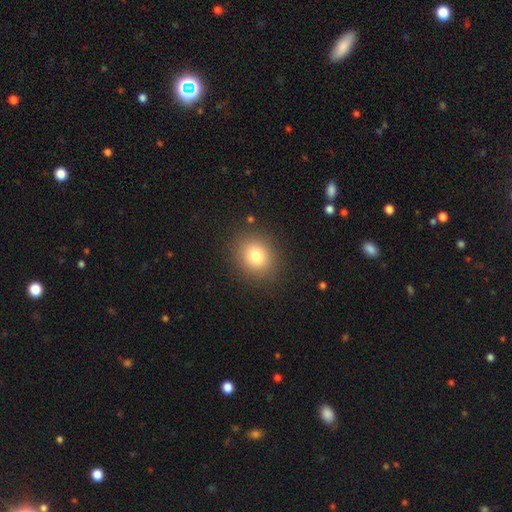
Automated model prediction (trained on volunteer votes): A smooth galaxy with no disk features (80%) that is round (72%).

Vote fractions:
- Smooth or featured? smooth: 80% / star or artifact: 12% / featured or disk: 9%
- How rounded? round: 72% / in between: 27% / cigar-shaped: 1%
- Merging? none: 88% / minor disturbance: 8% / major disturbance: 3% / merger: 1%